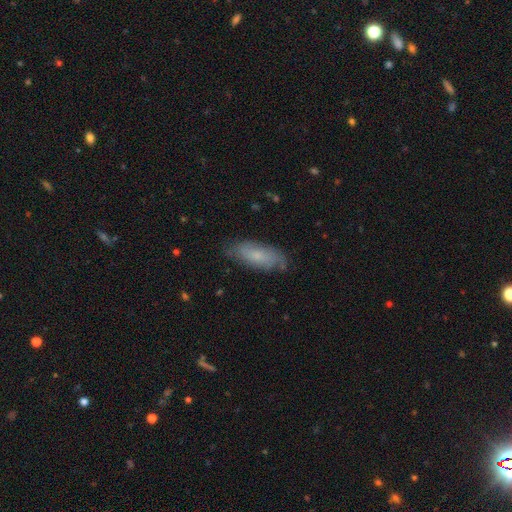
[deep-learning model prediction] This appears to be a smooth galaxy with no disk features (57%) that is in between round and cigar-shaped (73%). Merging: none (74%).